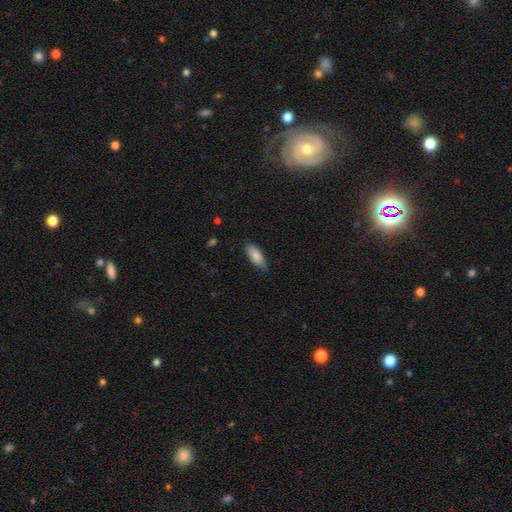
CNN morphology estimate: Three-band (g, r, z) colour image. It shows a smooth galaxy with no disk features (88%) that is in between round and cigar-shaped (77%). Merging: none (81%).